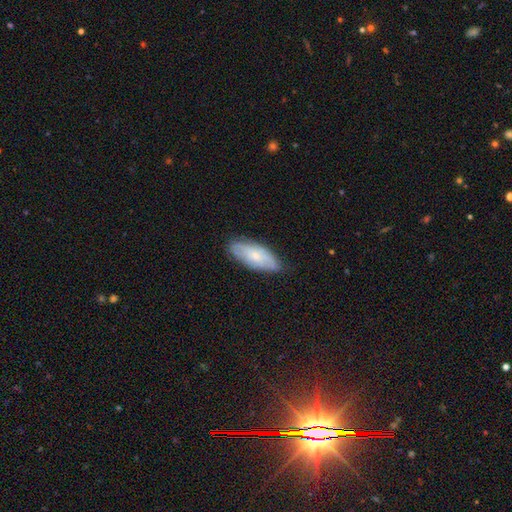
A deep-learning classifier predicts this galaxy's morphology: smooth_or_featured: smooth (p=0.54) [alt: featured or disk p=0.39]
how_rounded: in between (p=0.80) [alt: cigar-shaped p=0.18]
merging: none (p=0.76) [alt: minor disturbance p=0.19]